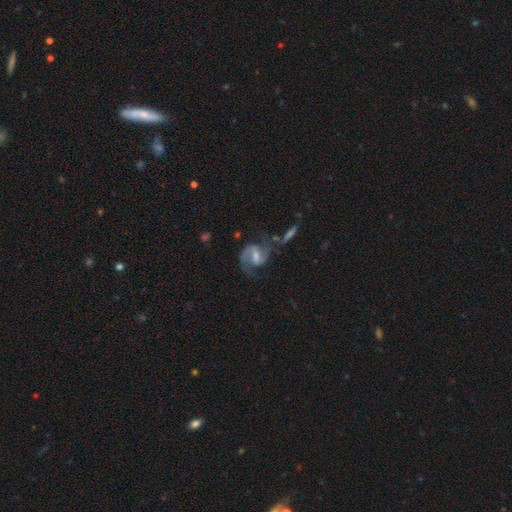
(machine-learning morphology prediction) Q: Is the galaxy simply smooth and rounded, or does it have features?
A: featured or disk — 88%.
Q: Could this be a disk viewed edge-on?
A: no — 98%.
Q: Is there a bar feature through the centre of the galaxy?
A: weak — 52%.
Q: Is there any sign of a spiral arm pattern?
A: yes — 97%.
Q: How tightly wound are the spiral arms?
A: medium — 57%.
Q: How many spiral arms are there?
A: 2 — 90%.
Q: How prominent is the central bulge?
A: moderate — 47%.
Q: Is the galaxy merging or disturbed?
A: none — 65%.